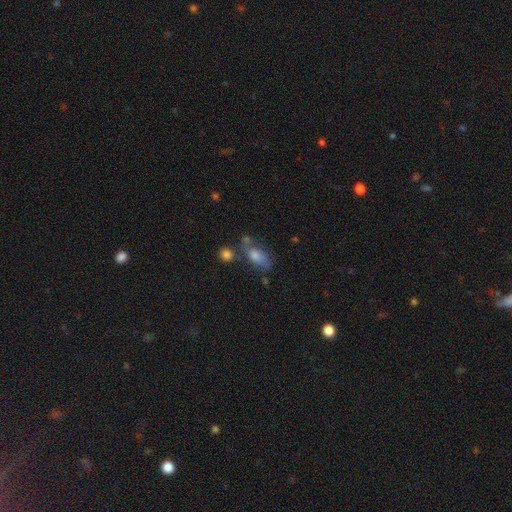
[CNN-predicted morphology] This is marginally a smooth galaxy (43%). Merging: possibly none (49%).